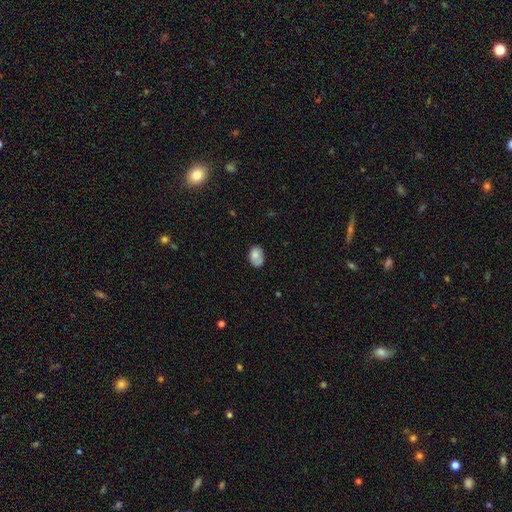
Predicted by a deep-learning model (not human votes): This is likely a smooth galaxy (78%). How rounded: clearly in between (80%). Merging: likely none (65%).